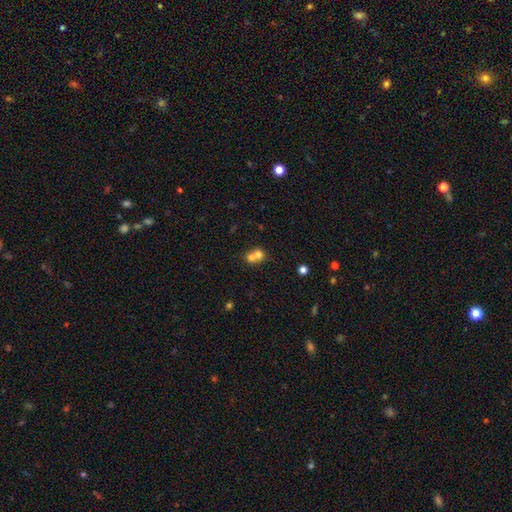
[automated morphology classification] Smooth or featured: smooth — 69% (featured or disk — 18%)
How rounded: round — 77% (in between — 22%)
Merging: merger — 66% (none — 28%)